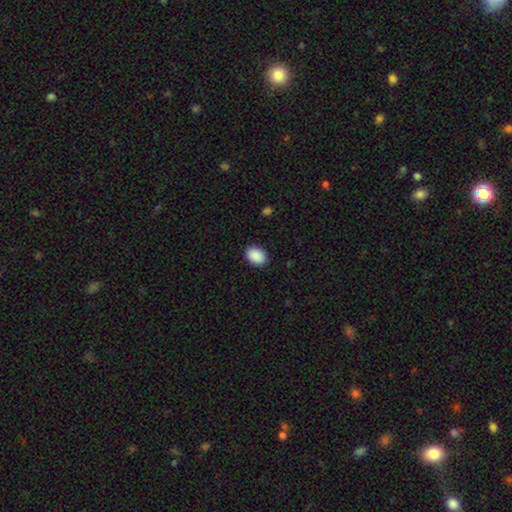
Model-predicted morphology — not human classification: The model was most divided on "how rounded": in between: 77%, round: 22%, cigar-shaped: 1%. More confident: smooth or featured — smooth (91%); merging — none (89%).